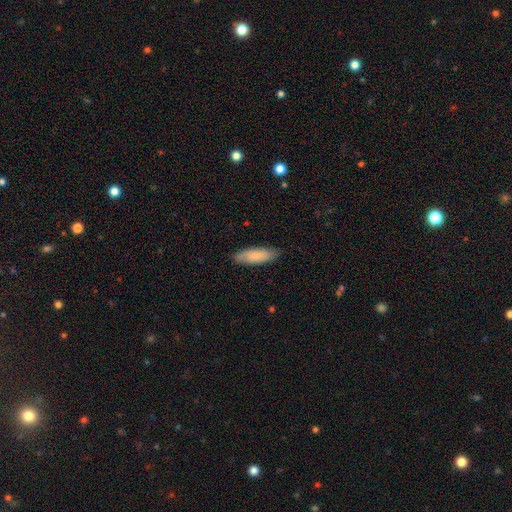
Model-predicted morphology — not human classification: Smooth or featured? Predicted: smooth (p=0.81). How rounded? Predicted: in between (p=0.53). Merging? Predicted: none (p=0.85).